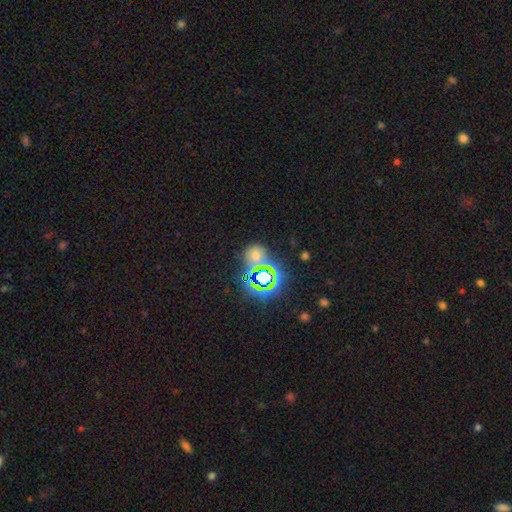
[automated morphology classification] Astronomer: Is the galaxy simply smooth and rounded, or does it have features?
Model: star or artifact — 47% (runner-up: smooth, 42%).